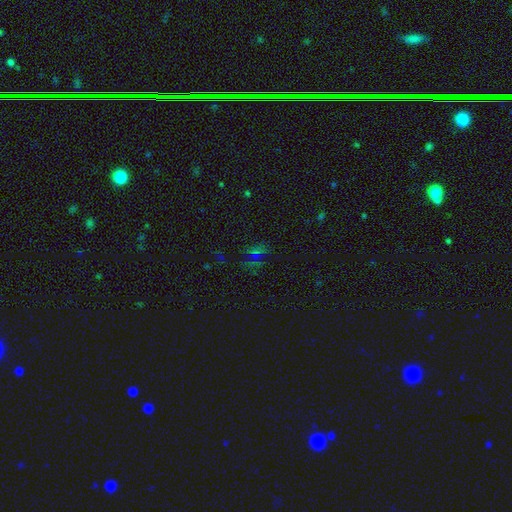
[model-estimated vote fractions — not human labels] Smooth or featured? Predicted: star or artifact (p=0.59).